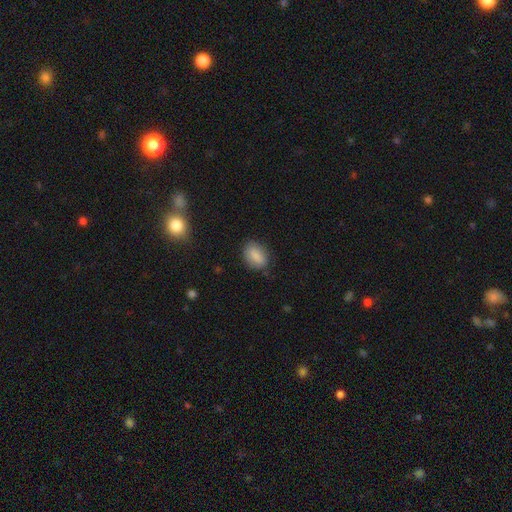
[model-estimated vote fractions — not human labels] The model was most divided on "merging": none: 78%, minor disturbance: 16%, major disturbance: 4%, merger: 1%. More confident: smooth or featured — smooth (85%); how rounded — in between (80%).